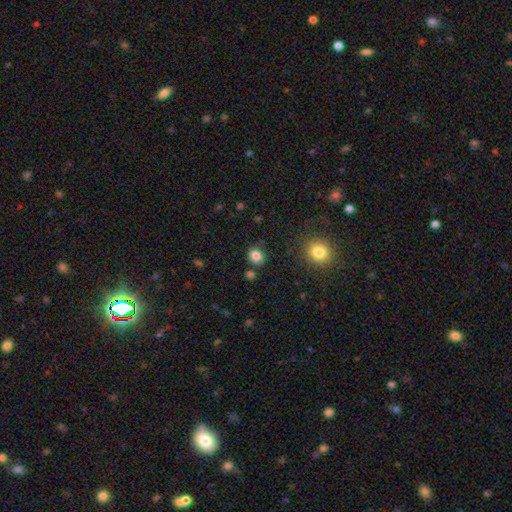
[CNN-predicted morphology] Overall: smooth (83%). How rounded: round (75%). Merging: none (81%).